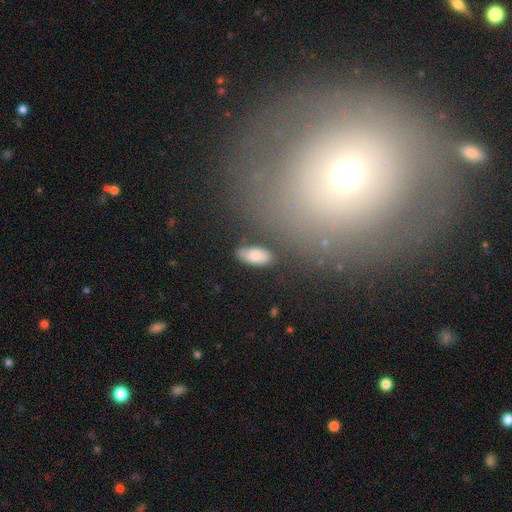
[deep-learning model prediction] A smooth galaxy with no disk features (79%) that is in between round and cigar-shaped (87%). Merging: none (77%).